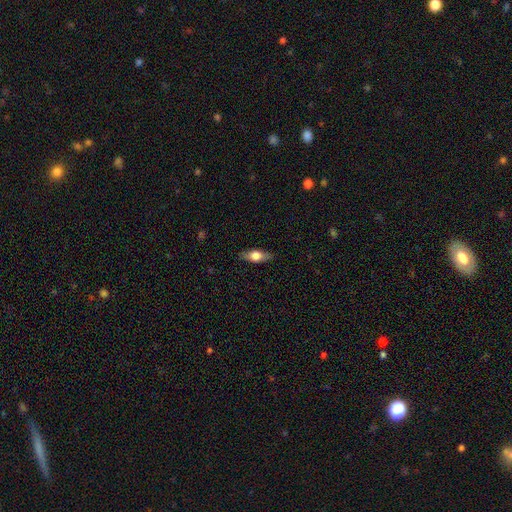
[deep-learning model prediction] This is possibly a smooth galaxy (58%). How rounded: likely in between (67%). Merging: clearly none (86%).